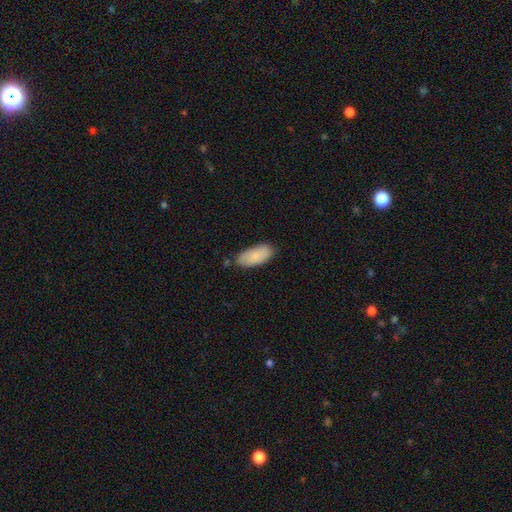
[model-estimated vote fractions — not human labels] A smooth galaxy with no disk features (85%) that is in between round and cigar-shaped (91%). Merging: none (77%).